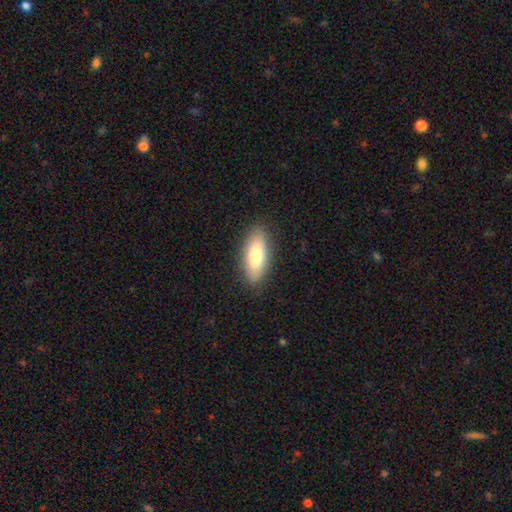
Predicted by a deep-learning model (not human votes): Smooth or featured?
  - smooth: 77% *
  - featured or disk: 17%
  - star or artifact: 6%
How rounded?
  - in between: 72% *
  - cigar-shaped: 25%
  - round: 2%
Merging?
  - none: 88% *
  - minor disturbance: 9%
  - major disturbance: 2%
  - merger: 1%